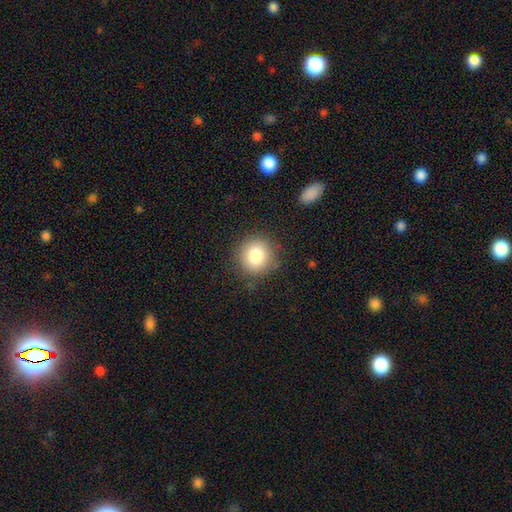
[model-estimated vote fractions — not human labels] Smooth or featured: smooth — 82% (star or artifact — 10%)
How rounded: round — 91% (in between — 8%)
Merging: none — 85% (minor disturbance — 10%)